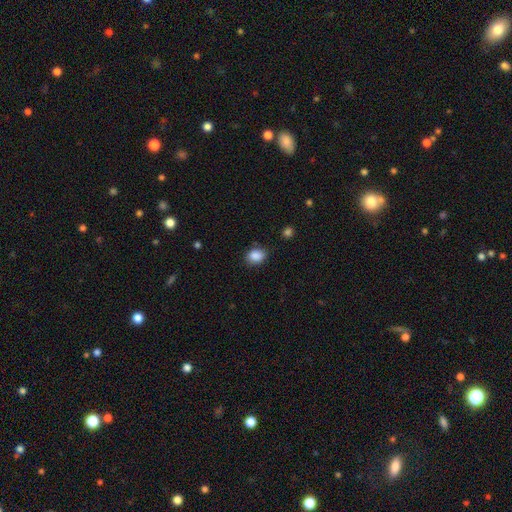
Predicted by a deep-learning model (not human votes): A smooth galaxy with no disk features (88%) that is in between round and cigar-shaped (63%).

Vote fractions:
- Smooth or featured? smooth: 88% / star or artifact: 9% / featured or disk: 4%
- How rounded? in between: 63% / round: 36% / cigar-shaped: 1%
- Merging? none: 82% / minor disturbance: 13% / major disturbance: 3% / merger: 2%